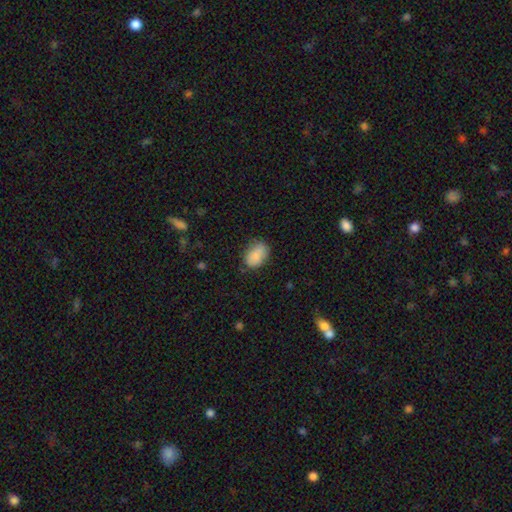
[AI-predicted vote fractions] Morphology: type=smooth (85%); roundness=in between (84%); merging=none (68%).